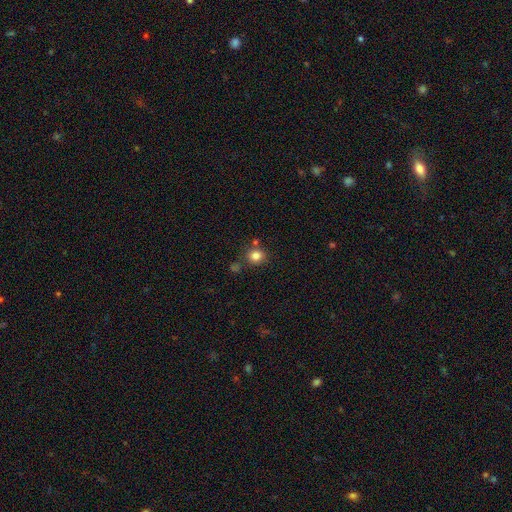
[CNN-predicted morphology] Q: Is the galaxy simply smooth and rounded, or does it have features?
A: smooth — 83%.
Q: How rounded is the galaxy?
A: round — 84%.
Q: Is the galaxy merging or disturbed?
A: none — 76%.